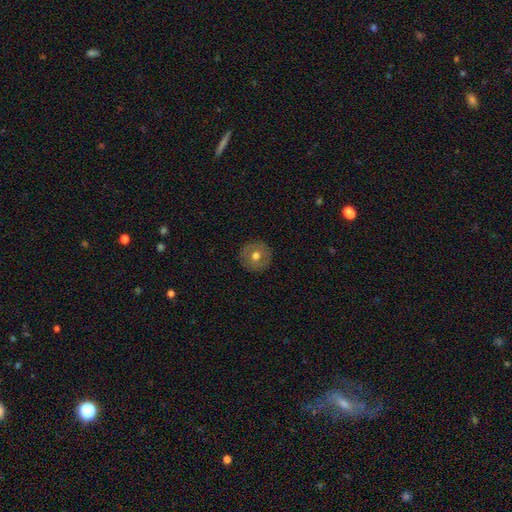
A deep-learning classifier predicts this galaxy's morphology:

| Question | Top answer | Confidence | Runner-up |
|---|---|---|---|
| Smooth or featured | smooth | 61% | featured or disk (31%) |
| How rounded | round | 95% | in between (4%) |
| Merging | none | 90% | minor disturbance (7%) |